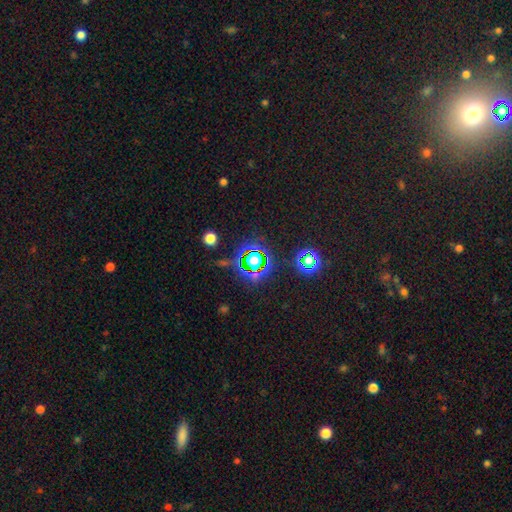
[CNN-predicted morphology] A star or artifact, not a galaxy (79%).